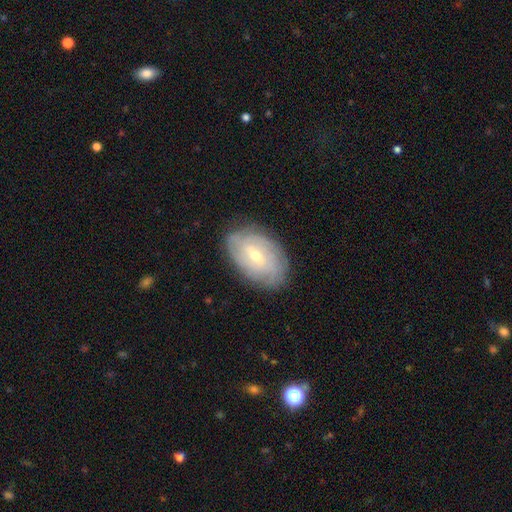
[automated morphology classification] smooth-or-featured: featured or disk: 73% | smooth: 20% | star or artifact: 7%
  disk-edge-on: no: 94% | yes: 6%
    bar: weak: 56% | no: 26% | strong: 18%
    has-spiral-arms: yes: 86% | no: 14%
      spiral-winding: tight: 72% | medium: 21% | loose: 7%
      spiral-arm-count: can't tell: 52% | 2: 17% | 3: 12% | 4: 10% | more than 4: 5% | 1: 4%
    bulge-size: small: 48% (tied) | moderate: 48% (tied) | large: 2% | none: 1% | dominant: 1%
  merging: none: 81% | minor disturbance: 15% | major disturbance: 4% | merger: 1%